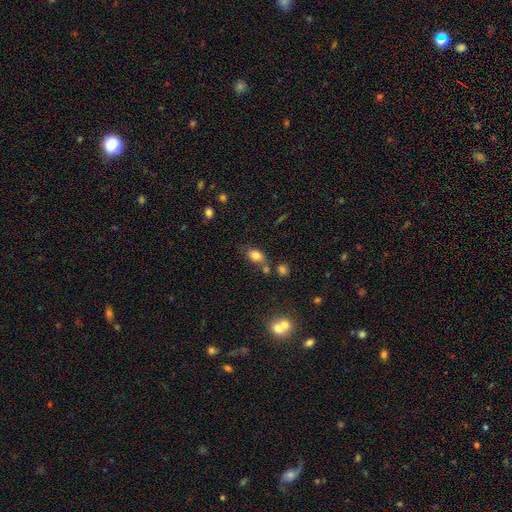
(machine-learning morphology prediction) smooth_or_featured: smooth (p=0.80) [alt: star or artifact p=0.11]
how_rounded: in between (p=0.80) [alt: round p=0.18]
merging: none (p=0.63) [alt: minor disturbance p=0.16]